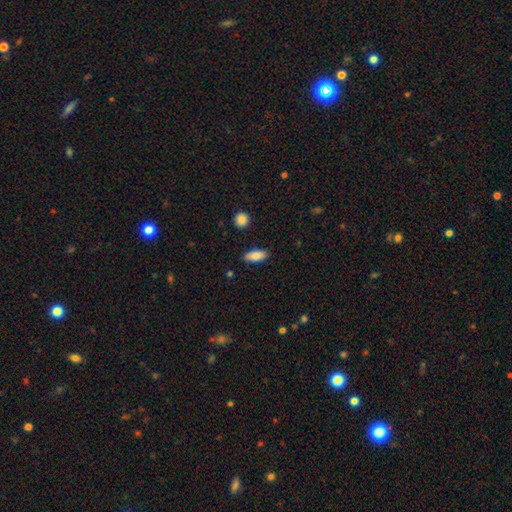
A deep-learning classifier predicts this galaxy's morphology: smooth 83%, featured or disk 10%, star or artifact 7%. Down the decision tree: how rounded — in between (82%); merging — none (87%).